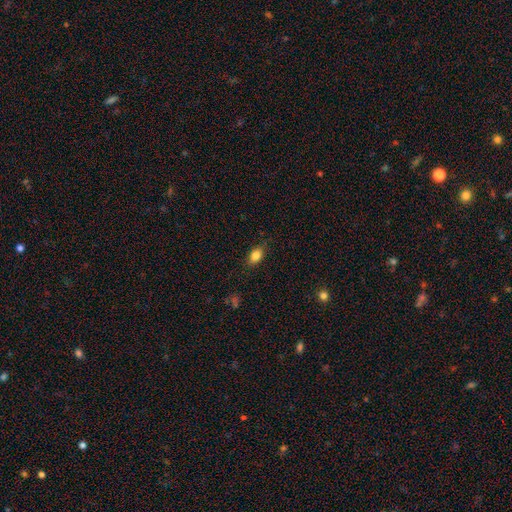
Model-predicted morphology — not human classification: Smooth or featured? Predicted: smooth (p=0.83). How rounded? Predicted: in between (p=0.80). Merging? Predicted: none (p=0.81).